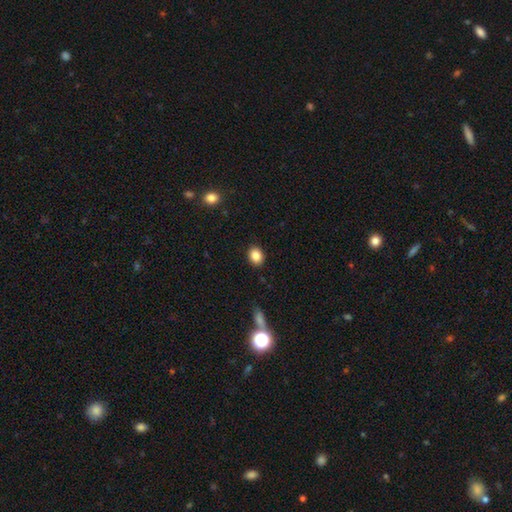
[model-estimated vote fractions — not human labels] Overall: smooth (85%). How rounded: in between (53%; round 46%). Merging: none (89%).